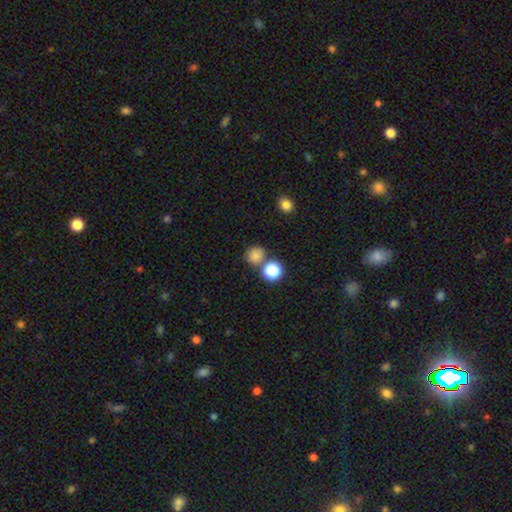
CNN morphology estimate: Smooth or featured? smooth (79%)
How rounded? round (87%)
Merging? none (69%)